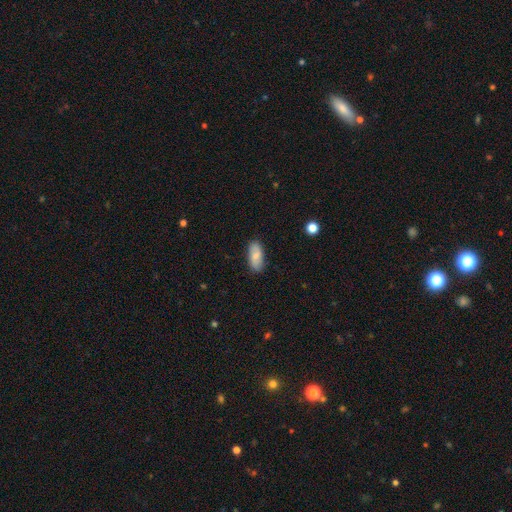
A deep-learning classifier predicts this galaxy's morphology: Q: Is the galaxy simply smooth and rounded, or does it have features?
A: smooth — 74%.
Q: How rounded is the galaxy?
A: in between — 87%.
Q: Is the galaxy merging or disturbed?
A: none — 84%.